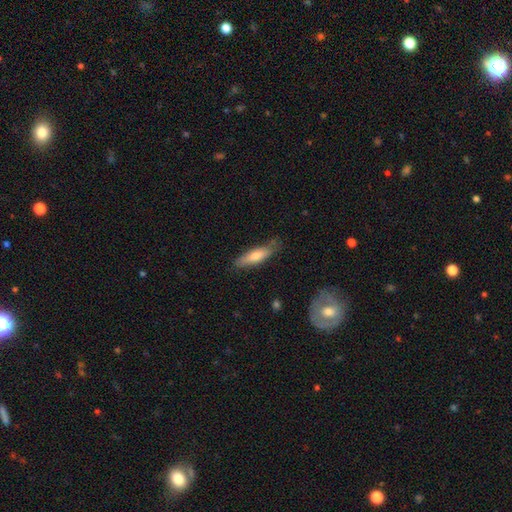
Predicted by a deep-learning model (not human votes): smooth 65%, featured or disk 29%, star or artifact 6%. Down the decision tree: how rounded — cigar-shaped (65%); merging — none (76%).